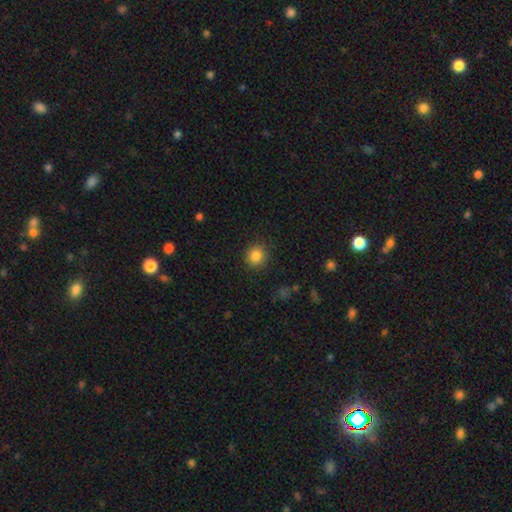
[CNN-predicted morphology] Smooth or featured? smooth (85%)
How rounded? round (86%)
Merging? none (88%)